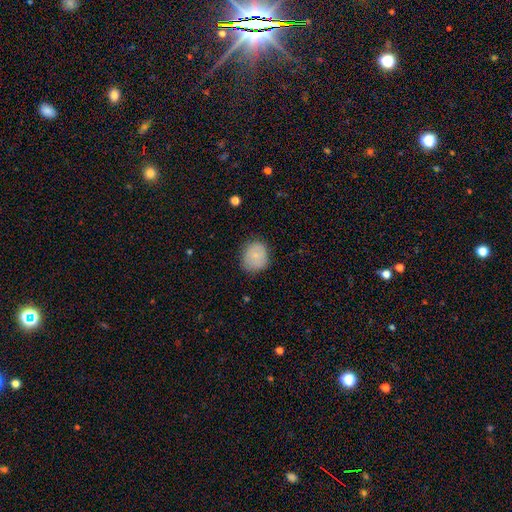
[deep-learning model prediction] Smooth or featured? smooth (79%)
How rounded? round (68%)
Merging? none (76%)